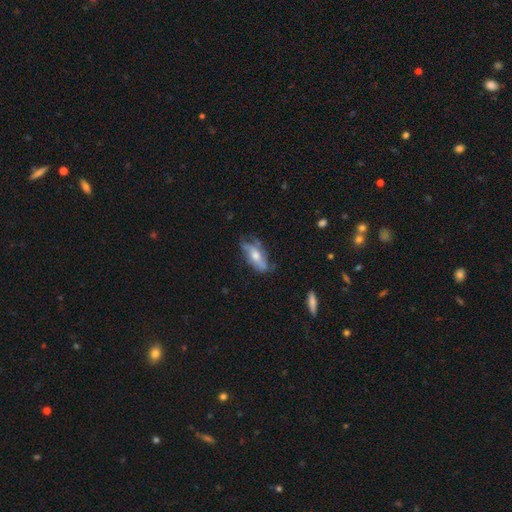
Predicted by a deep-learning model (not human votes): Smooth or featured?
  - featured or disk: 54% *
  - smooth: 39%
  - star or artifact: 7%
Edge-on disk?
  - no: 74% *
  - yes: 26%
Merging?
  - none: 52% *
  - minor disturbance: 30%
  - major disturbance: 15%
  - merger: 3%